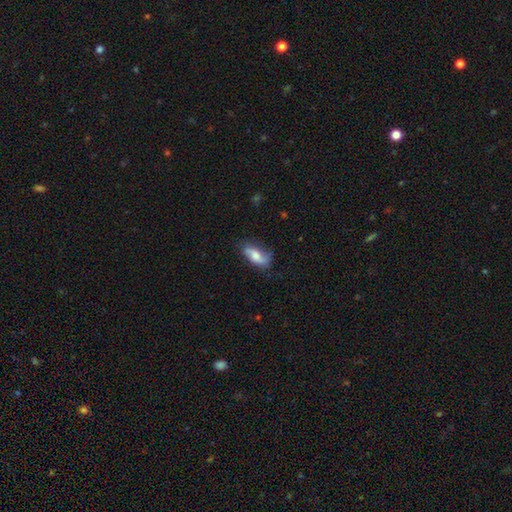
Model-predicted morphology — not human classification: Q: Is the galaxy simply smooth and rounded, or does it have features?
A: smooth — 52%.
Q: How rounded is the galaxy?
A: in between — 81%.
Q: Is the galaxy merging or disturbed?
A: none — 65%.